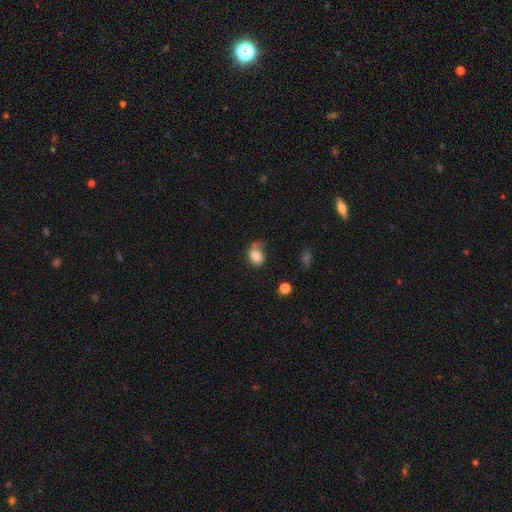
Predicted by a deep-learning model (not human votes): Overall: smooth (79%). How rounded: in between (56%; round 43%). Merging: none (40%; minor disturbance 32%).